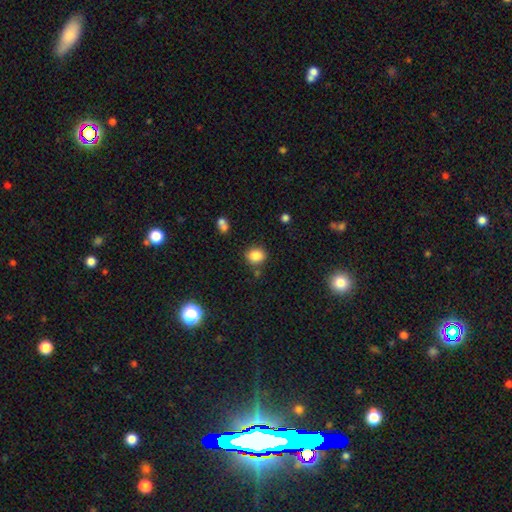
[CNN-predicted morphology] A smooth galaxy with no disk features (85%) that is round (57%).

Vote fractions:
- Smooth or featured? smooth: 85% / star or artifact: 11% / featured or disk: 5%
- How rounded? round: 57% / in between: 42% / cigar-shaped: 1%
- Merging? none: 78% / minor disturbance: 12% / merger: 6% / major disturbance: 4%